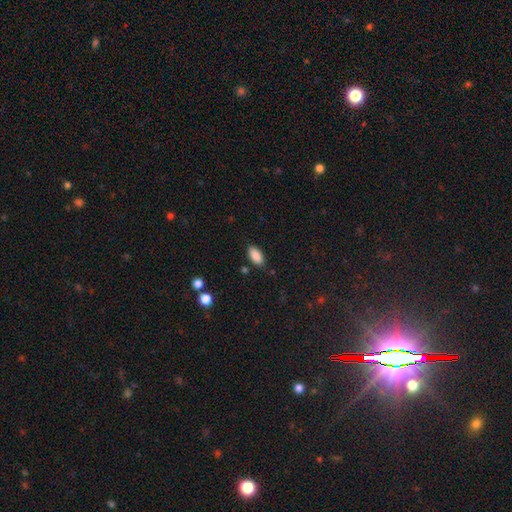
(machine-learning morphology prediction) Smooth or featured? smooth (88%)
How rounded? in between (92%)
Merging? none (84%)